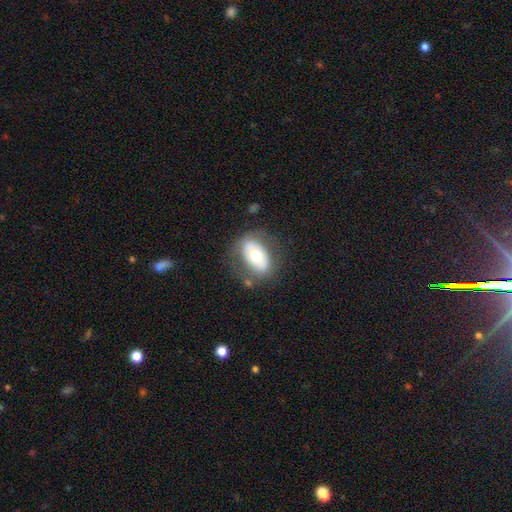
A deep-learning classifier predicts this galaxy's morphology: A smooth galaxy with no disk features (55%) that is in between round and cigar-shaped (87%).

Vote fractions:
- Smooth or featured? smooth: 55% / featured or disk: 38% / star or artifact: 7%
- How rounded? in between: 87% / round: 12% / cigar-shaped: 2%
- Merging? none: 70% / minor disturbance: 17% / major disturbance: 9% / merger: 3%